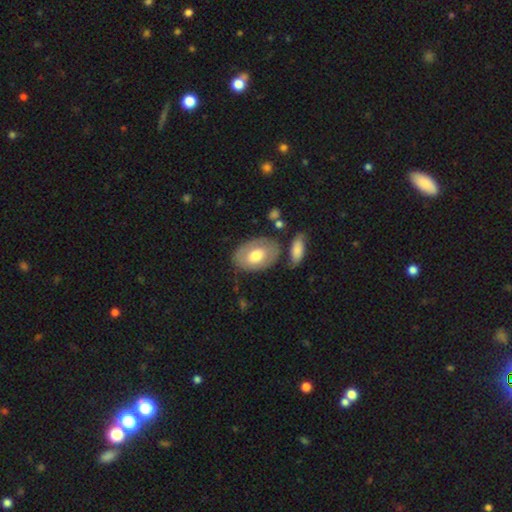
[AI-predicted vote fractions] Smooth or featured? Predicted: smooth (p=0.53). How rounded? Predicted: in between (p=0.84). Merging? Predicted: none (p=0.68).